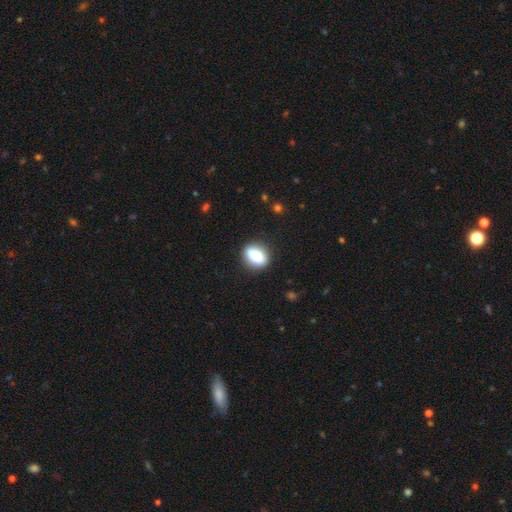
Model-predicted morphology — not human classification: Overall: smooth (81%). How rounded: in between (69%). Merging: none (86%).